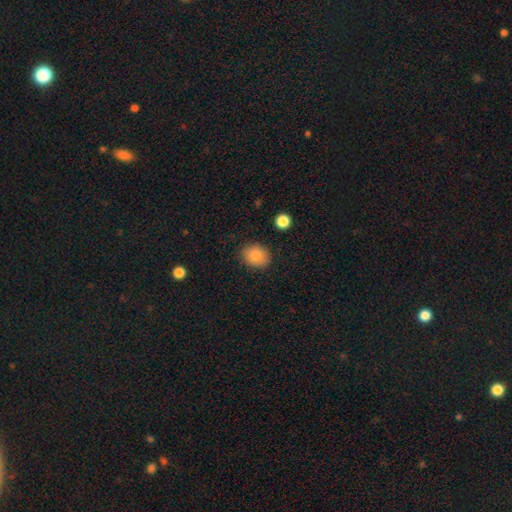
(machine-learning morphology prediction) Smooth or featured?
  - smooth: 82% *
  - featured or disk: 9%
  - star or artifact: 9%
How rounded?
  - round: 55% *
  - in between: 44%
  - cigar-shaped: 1%
Merging?
  - none: 87% *
  - minor disturbance: 9%
  - major disturbance: 2%
  - merger: 1%